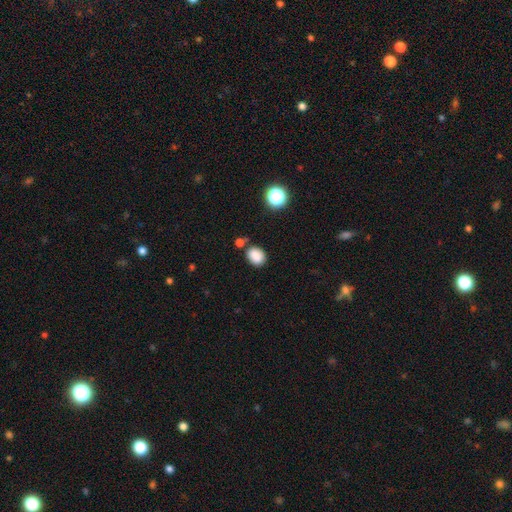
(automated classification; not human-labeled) Q: Smooth or featured?
A: smooth (85%); runner-up: star or artifact (10%)
Q: How rounded?
A: in between (60%); runner-up: round (39%)
Q: Merging?
A: none (74%); runner-up: minor disturbance (14%)